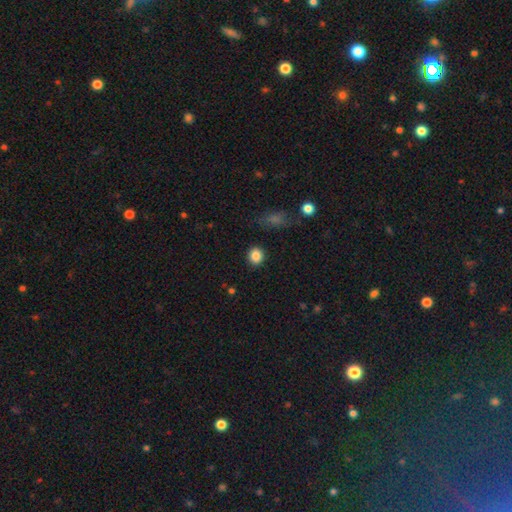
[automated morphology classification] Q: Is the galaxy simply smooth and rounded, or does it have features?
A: smooth — 86%.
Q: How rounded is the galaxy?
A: round — 84%.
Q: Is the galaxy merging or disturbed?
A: none — 90%.